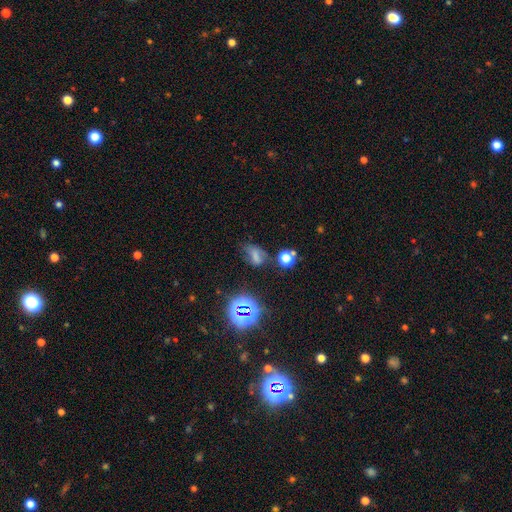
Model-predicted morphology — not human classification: smooth_or_featured: smooth (p=0.53) [alt: star or artifact p=0.28]
how_rounded: in between (p=0.72) [alt: round p=0.23]
merging: none (p=0.46) [alt: minor disturbance p=0.27]